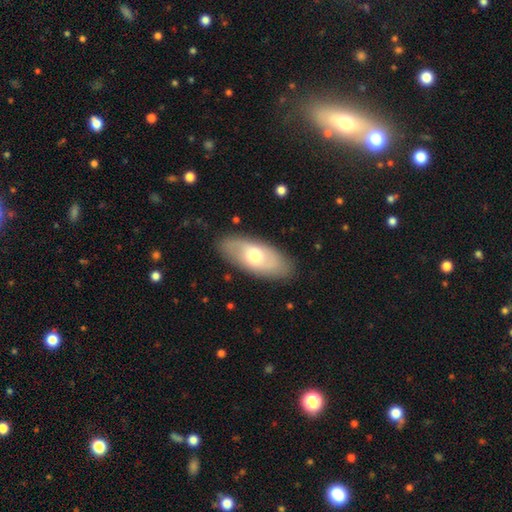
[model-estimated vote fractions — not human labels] A smooth galaxy with no disk features (54%) that is in between round and cigar-shaped (86%).

Vote fractions:
- Smooth or featured? smooth: 54% / featured or disk: 40% / star or artifact: 6%
- How rounded? in between: 86% / cigar-shaped: 11% / round: 3%
- Merging? none: 85% / minor disturbance: 11% / major disturbance: 3% / merger: 1%